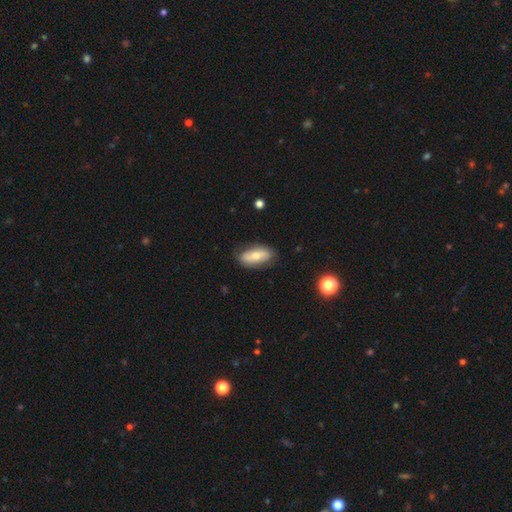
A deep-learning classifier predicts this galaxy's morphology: A smooth galaxy with no disk features (53%) that is in between round and cigar-shaped (86%).

Vote fractions:
- Smooth or featured? smooth: 53% / featured or disk: 40% / star or artifact: 6%
- How rounded? in between: 86% / cigar-shaped: 10% / round: 4%
- Merging? none: 79% / minor disturbance: 16% / major disturbance: 4% / merger: 1%